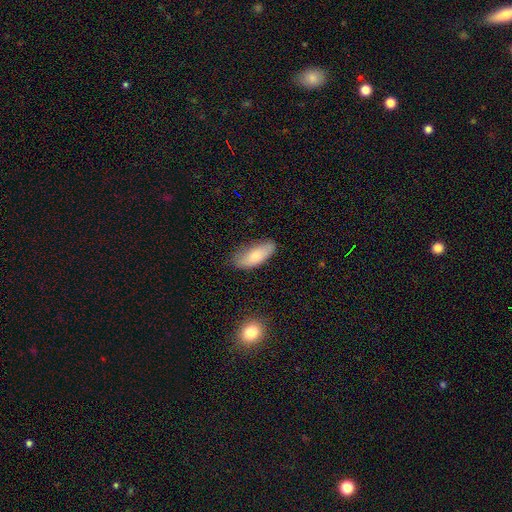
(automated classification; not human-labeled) This is likely a smooth galaxy (79%). How rounded: clearly in between (80%). Merging: likely none (65%).